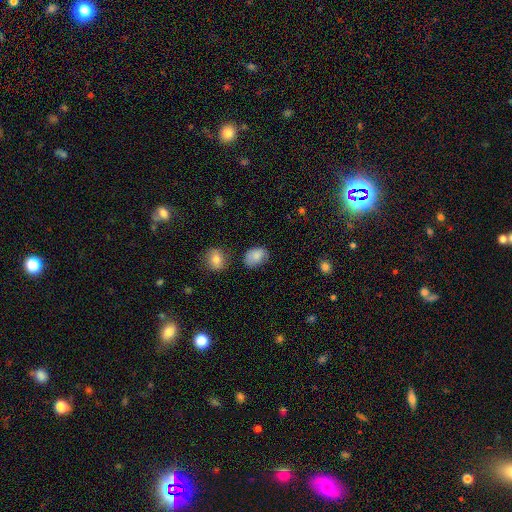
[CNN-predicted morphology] Q: Smooth or featured?
A: smooth (85%); runner-up: star or artifact (8%)
Q: How rounded?
A: in between (77%); runner-up: round (22%)
Q: Merging?
A: none (62%); runner-up: minor disturbance (27%)